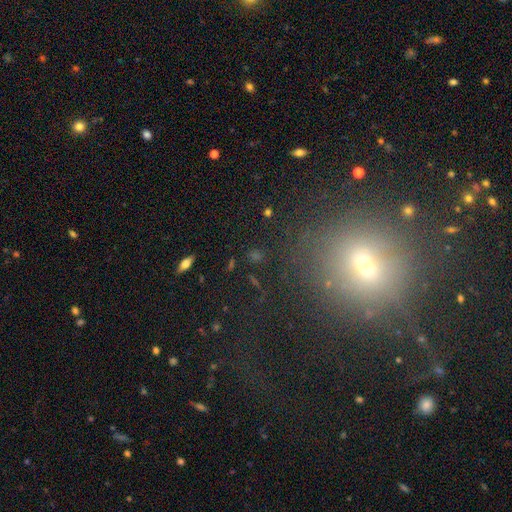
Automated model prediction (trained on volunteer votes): Morphology: type=smooth (42%, tied with star or artifact); merging=none (75%).